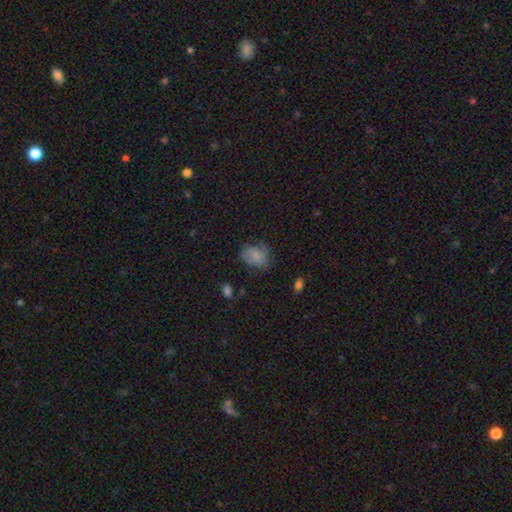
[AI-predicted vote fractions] The model was most divided on "merging": none: 50%, minor disturbance: 29%, major disturbance: 19%, merger: 2%. More confident: how rounded — in between (62%); smooth or featured — smooth (60%).